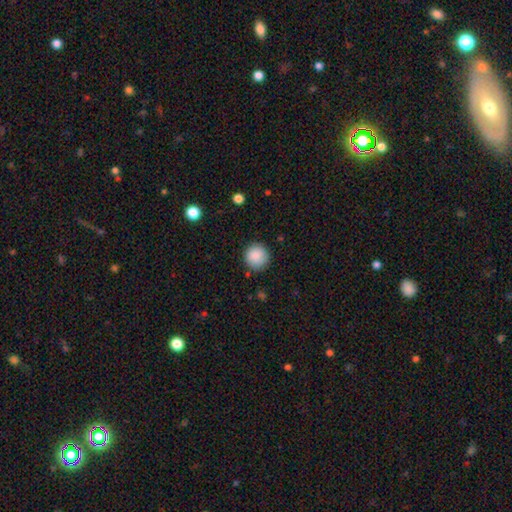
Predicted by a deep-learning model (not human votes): smooth-or-featured: smooth: 88% | star or artifact: 8% | featured or disk: 4%
  how-rounded: round: 94% | in between: 5% | cigar-shaped: 1%
  merging: none: 87% | minor disturbance: 9% | major disturbance: 2% | merger: 1%